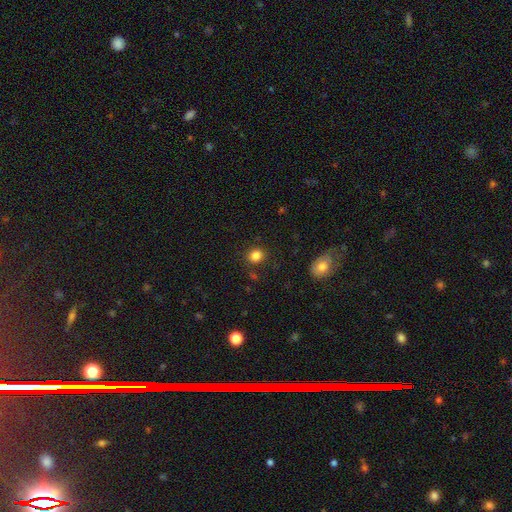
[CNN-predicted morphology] This is clearly a smooth galaxy (84%). How rounded: clearly round (83%). Merging: clearly none (87%).